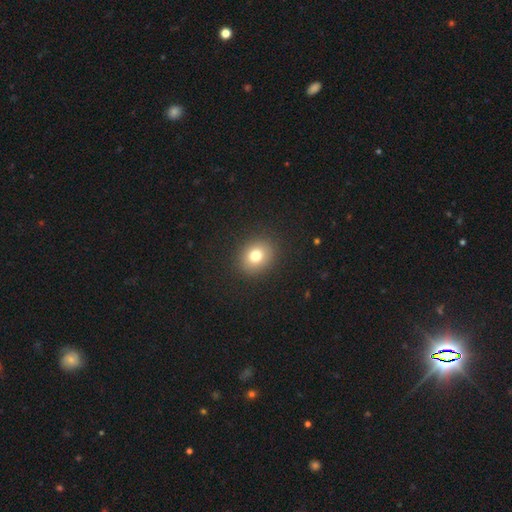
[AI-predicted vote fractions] This appears to be a smooth galaxy with no disk features (77%) that is round (69%). Merging: none (90%).